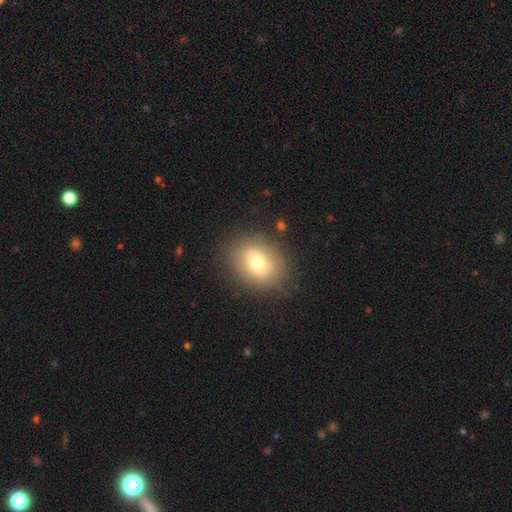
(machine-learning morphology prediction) This is likely a smooth galaxy (61%). How rounded: possibly in between (51%). Merging: clearly none (84%).